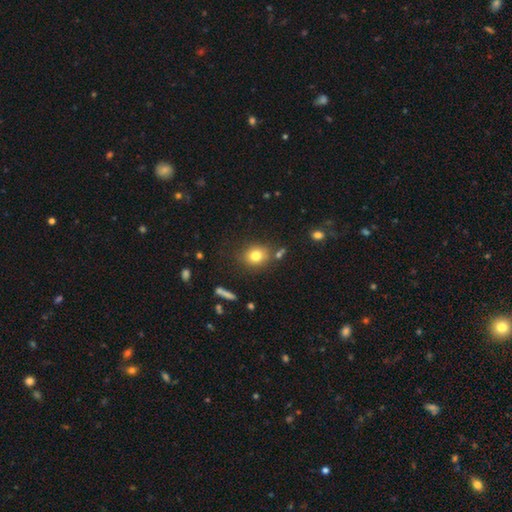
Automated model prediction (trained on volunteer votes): Smooth or featured?
  - smooth: 79% *
  - star or artifact: 12%
  - featured or disk: 9%
How rounded?
  - round: 69% *
  - in between: 30%
  - cigar-shaped: 1%
Merging?
  - none: 79% *
  - minor disturbance: 12%
  - merger: 6%
  - major disturbance: 4%